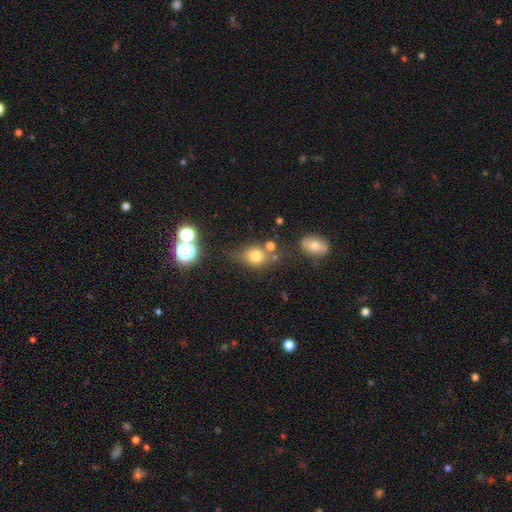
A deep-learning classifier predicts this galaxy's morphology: Smooth or featured? smooth (75%)
How rounded? round (57%)
Merging? none (60%)